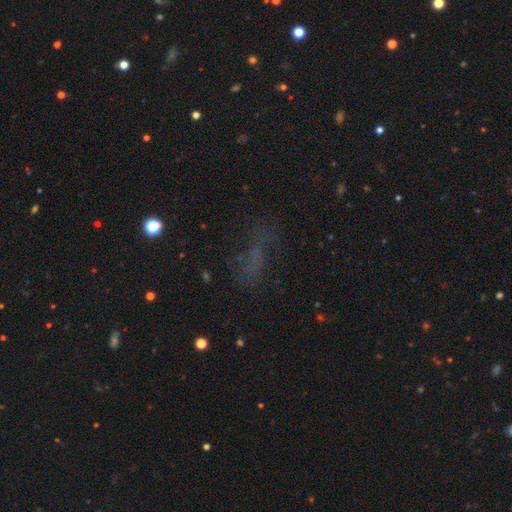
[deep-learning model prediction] Smooth or featured? smooth (44%)
Merging? none (55%)